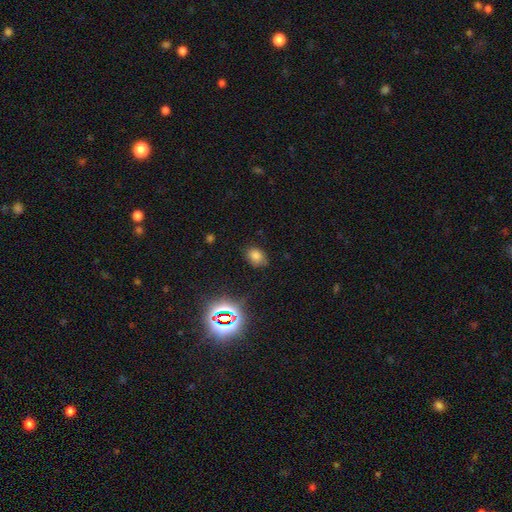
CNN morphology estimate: Smooth or featured: smooth — 74% (star or artifact — 19%)
How rounded: in between — 64% (round — 35%)
Merging: none — 76% (minor disturbance — 18%)